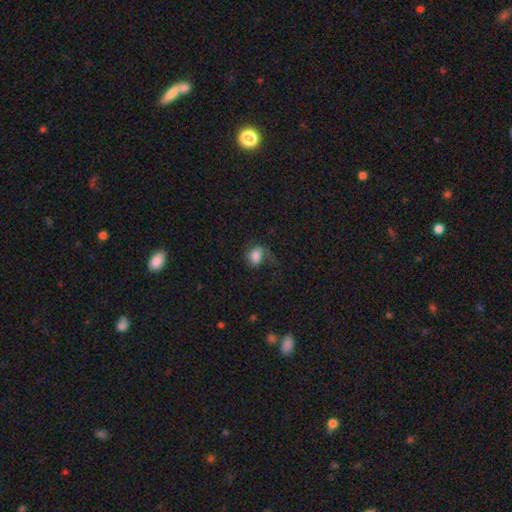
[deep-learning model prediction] Smooth or featured? Predicted: smooth (p=0.77). How rounded? Predicted: in between (p=0.68). Merging? Predicted: none (p=0.42).